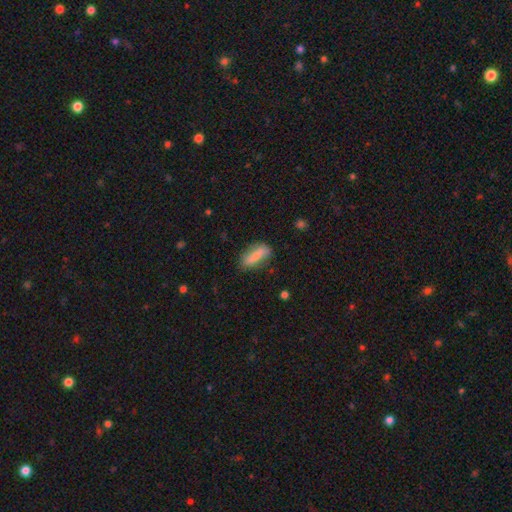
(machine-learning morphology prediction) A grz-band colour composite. It shows a smooth galaxy with no disk features (75%) that is in between round and cigar-shaped (59%). Merging: none (73%).